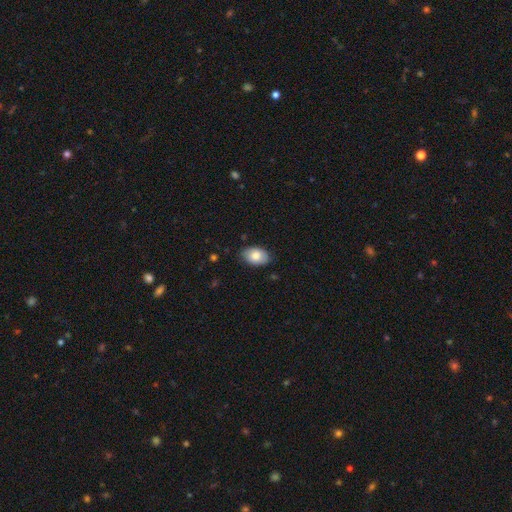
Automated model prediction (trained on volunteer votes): A smooth galaxy with no disk features (81%) that is in between round and cigar-shaped (89%).

Vote fractions:
- Smooth or featured? smooth: 81% / featured or disk: 12% / star or artifact: 7%
- How rounded? in between: 89% / round: 10% / cigar-shaped: 1%
- Merging? none: 84% / minor disturbance: 13% / major disturbance: 2% / merger: 1%